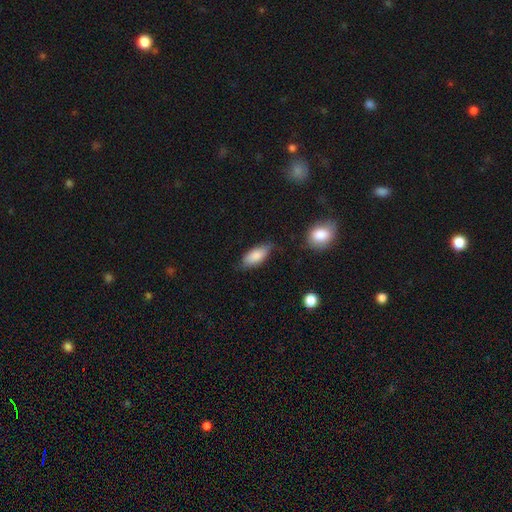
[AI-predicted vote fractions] A smooth galaxy with no disk features (82%) that is in between round and cigar-shaped (84%). Merging: none (62%).